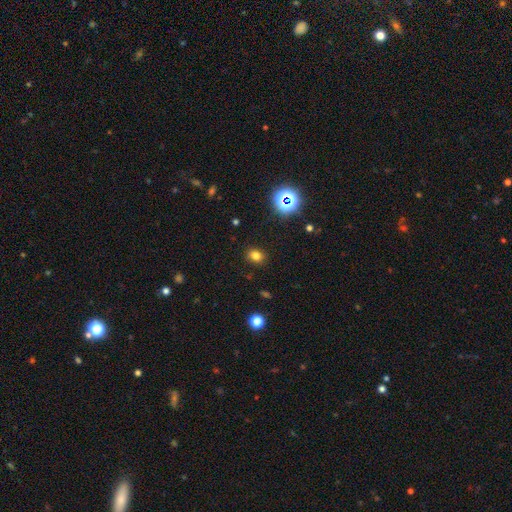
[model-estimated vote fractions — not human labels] The model was most divided on "how rounded": round: 55%, in between: 44%, cigar-shaped: 1%. More confident: merging — none (87%); smooth or featured — smooth (75%).